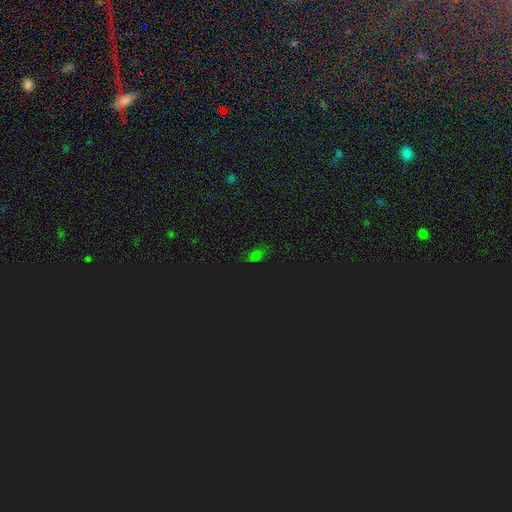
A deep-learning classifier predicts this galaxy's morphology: Smooth or featured?
  - star or artifact: 49% *
  - smooth: 43%
  - featured or disk: 8%